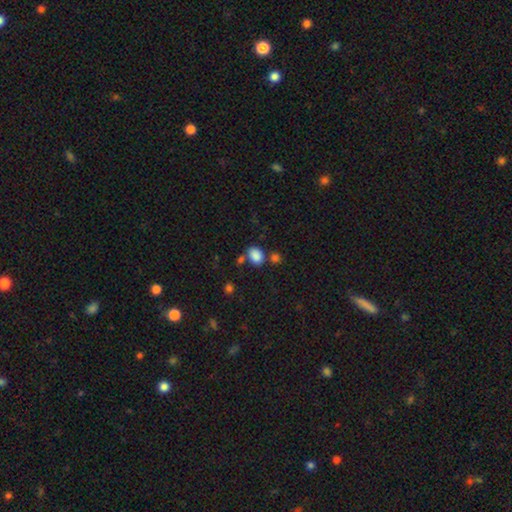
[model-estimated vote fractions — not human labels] Q: Smooth or featured?
A: smooth (86%); runner-up: star or artifact (10%)
Q: How rounded?
A: in between (76%); runner-up: round (23%)
Q: Merging?
A: none (62%); runner-up: merger (18%)